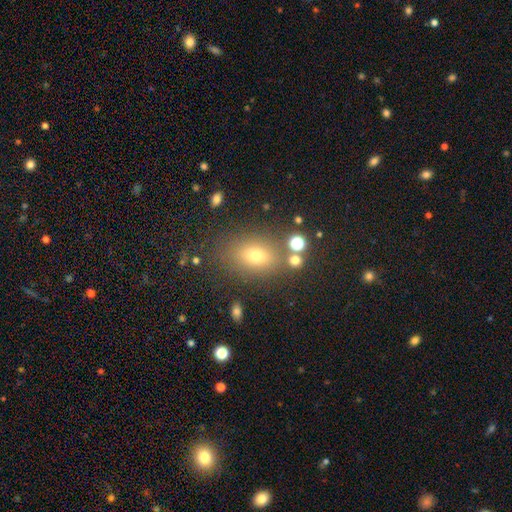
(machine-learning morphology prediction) smooth 68%, star or artifact 21%, featured or disk 12%. Down the decision tree: how rounded — in between (74%); merging — none (75%).